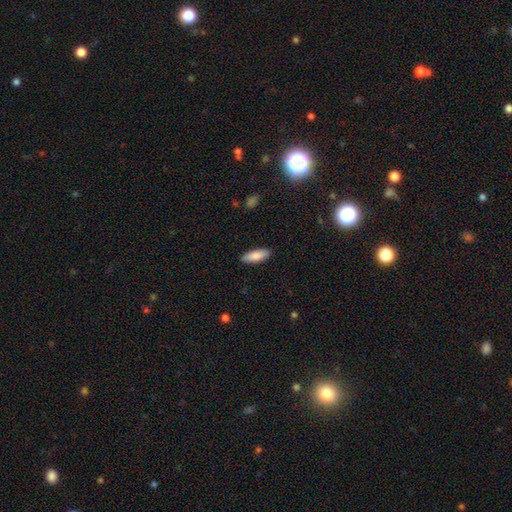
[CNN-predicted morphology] smooth 85%, featured or disk 9%, star or artifact 6%. Down the decision tree: how rounded — in between (67%); merging — none (89%).